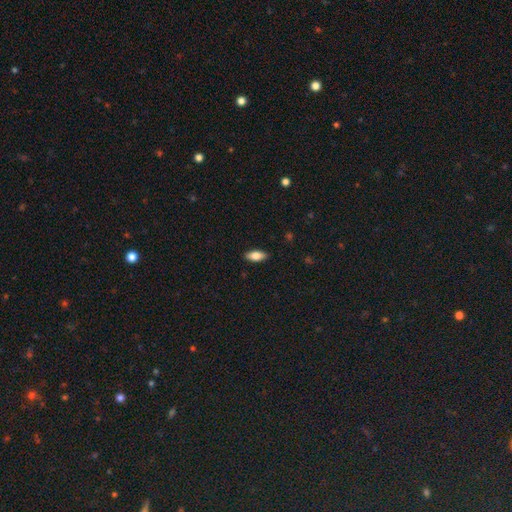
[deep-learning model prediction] Smooth or featured? Predicted: smooth (p=0.79). How rounded? Predicted: in between (p=0.83). Merging? Predicted: none (p=0.89).